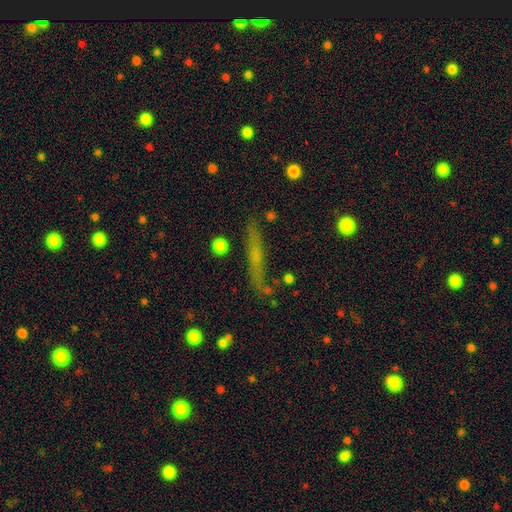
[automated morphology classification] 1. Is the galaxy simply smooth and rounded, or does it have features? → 44% smooth, 42% featured or disk, 15% star or artifact.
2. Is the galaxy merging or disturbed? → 74% none, 16% minor disturbance, 6% major disturbance, 4% merger.